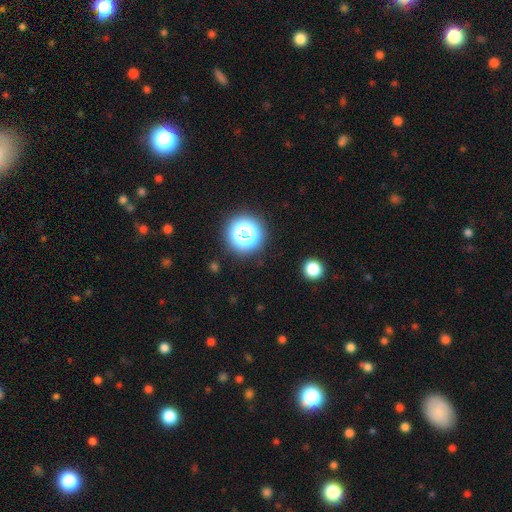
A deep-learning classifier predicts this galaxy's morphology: smooth_or_featured: star or artifact (p=0.75) [alt: smooth p=0.18]